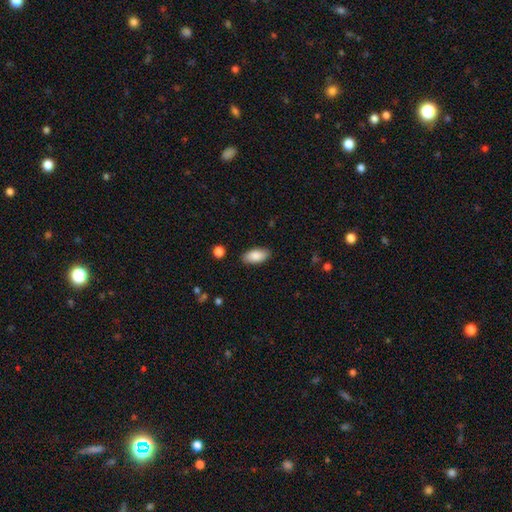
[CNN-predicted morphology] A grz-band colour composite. It shows a smooth galaxy with no disk features (86%) that is in between round and cigar-shaped (92%). Merging: none (87%).